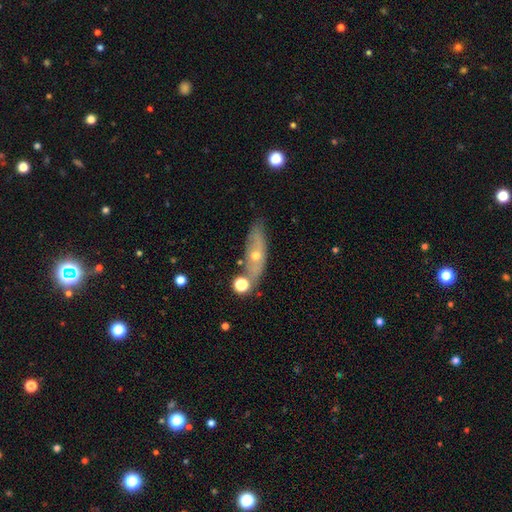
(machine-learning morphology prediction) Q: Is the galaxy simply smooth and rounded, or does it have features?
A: featured or disk — 51%.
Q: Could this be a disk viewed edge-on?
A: no — 60%.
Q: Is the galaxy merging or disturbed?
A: none — 68%.